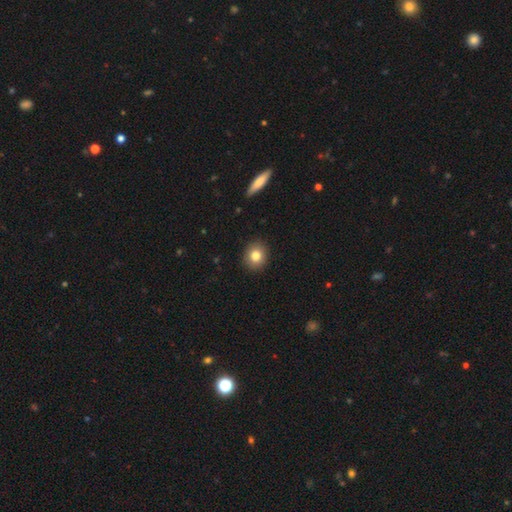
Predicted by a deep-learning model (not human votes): Morphology: type=smooth (82%); roundness=round (79%); merging=none (91%).